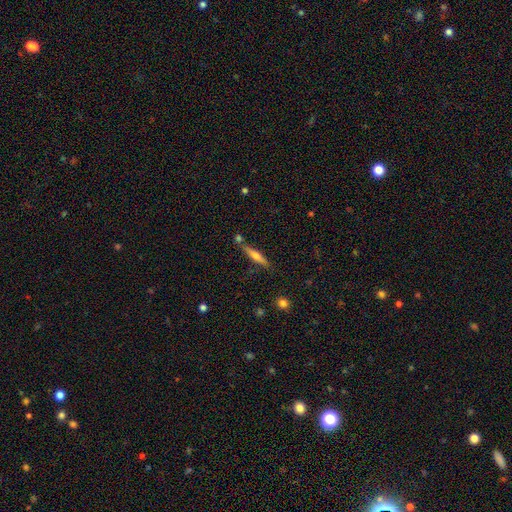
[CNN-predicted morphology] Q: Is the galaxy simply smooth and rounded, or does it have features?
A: featured or disk — 52%.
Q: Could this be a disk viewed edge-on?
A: yes — 95%.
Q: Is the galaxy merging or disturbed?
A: none — 75%.